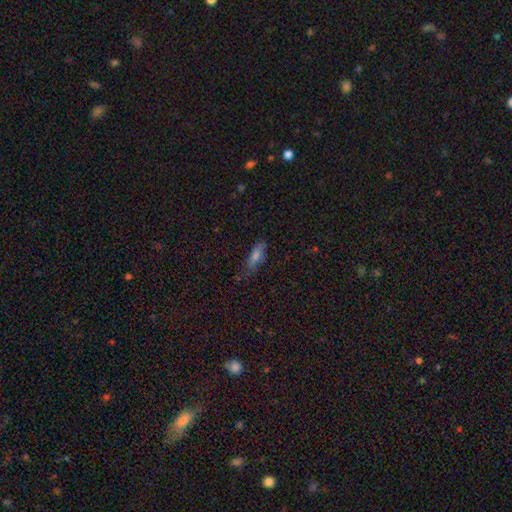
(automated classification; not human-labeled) smooth_or_featured: smooth (p=0.62) [alt: featured or disk p=0.26]
how_rounded: in between (p=0.51) [alt: cigar-shaped p=0.46]
merging: none (p=0.66) [alt: minor disturbance p=0.26]